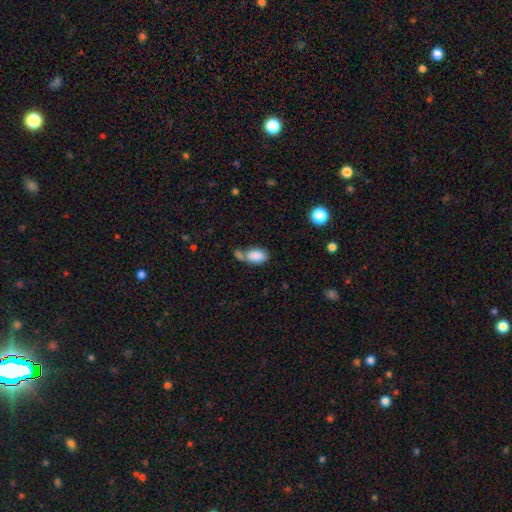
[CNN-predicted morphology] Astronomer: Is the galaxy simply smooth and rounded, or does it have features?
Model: smooth — 85%.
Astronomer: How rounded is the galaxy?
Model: in between — 92%.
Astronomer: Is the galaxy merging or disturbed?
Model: none — 38%, tied with merger at 38%.